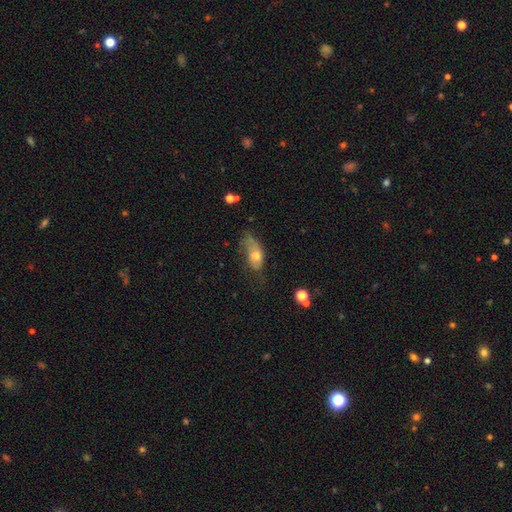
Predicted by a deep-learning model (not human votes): A smooth galaxy with no disk features (57%) that is in between round and cigar-shaped (83%). Merging: major disturbance (33%, tied with minor disturbance).